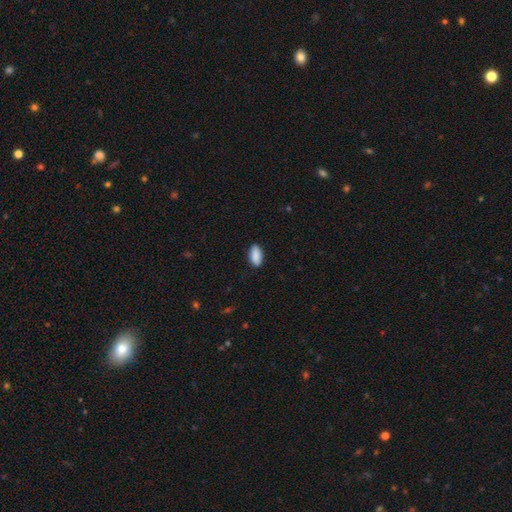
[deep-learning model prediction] Smooth or featured? smooth (90%)
How rounded? in between (90%)
Merging? none (88%)